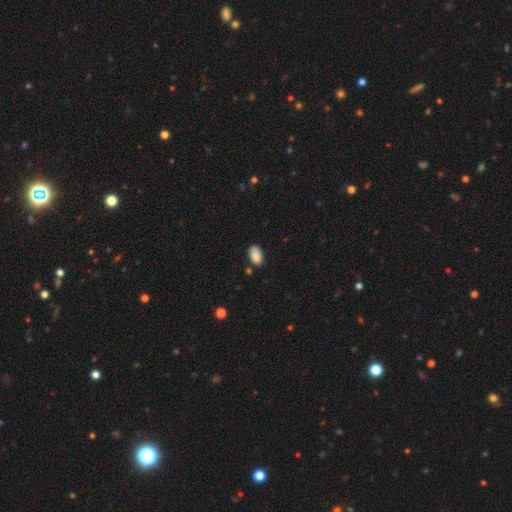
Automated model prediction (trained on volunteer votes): smooth-or-featured: smooth: 88% | star or artifact: 8% | featured or disk: 4%
  how-rounded: in between: 93% | round: 5% | cigar-shaped: 2%
  merging: none: 77% | minor disturbance: 17% | major disturbance: 3% | merger: 3%